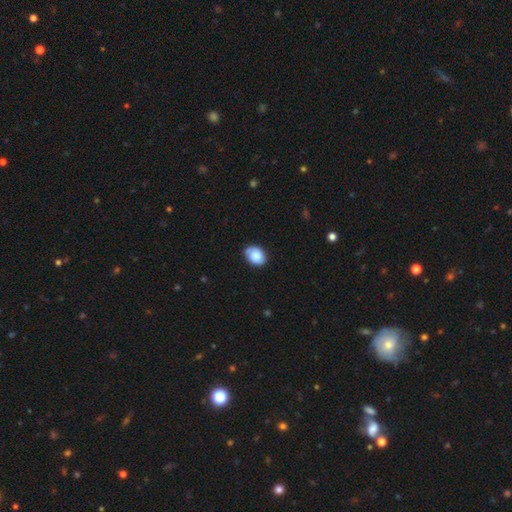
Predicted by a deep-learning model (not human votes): Smooth or featured: smooth — 73% (featured or disk — 19%)
How rounded: in between — 71% (round — 28%)
Merging: none — 70% (minor disturbance — 23%)